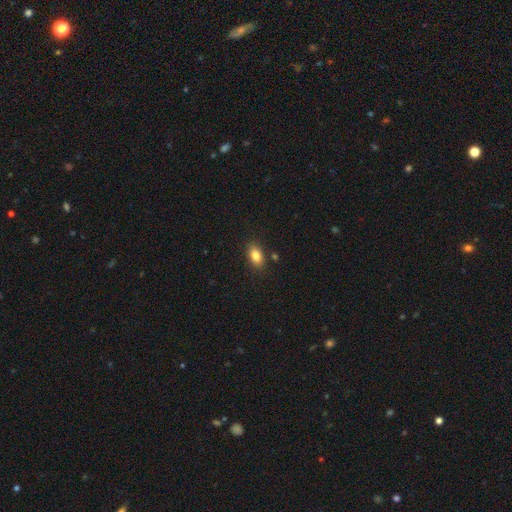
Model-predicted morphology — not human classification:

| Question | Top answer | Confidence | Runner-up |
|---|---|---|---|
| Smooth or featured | smooth | 84% | star or artifact (9%) |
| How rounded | in between | 87% | round (9%) |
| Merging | none | 84% | minor disturbance (10%) |